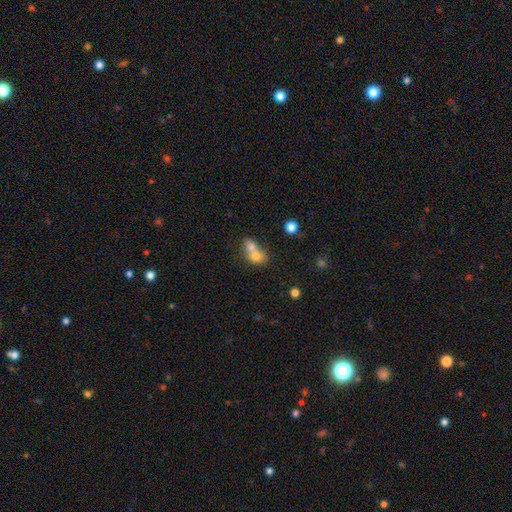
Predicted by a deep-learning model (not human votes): Morphology: type=smooth (69%); roundness=in between (50%); merging=merger (72%).